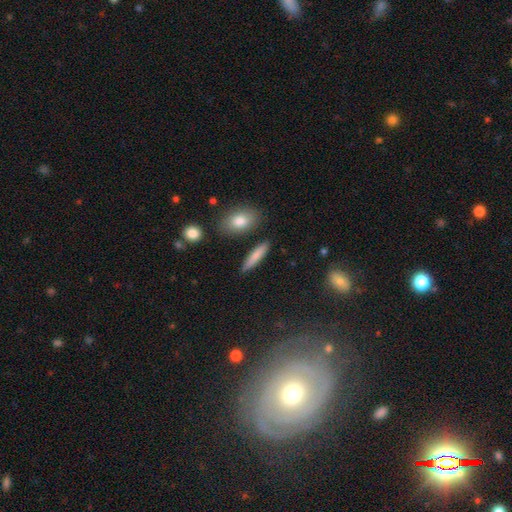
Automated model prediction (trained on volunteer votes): smooth 79%, featured or disk 14%, star or artifact 6%. Down the decision tree: how rounded — cigar-shaped (79%); merging — none (87%).